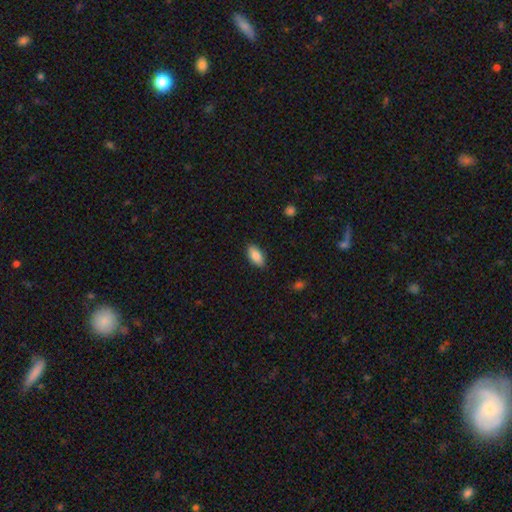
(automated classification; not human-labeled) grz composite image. It shows a smooth galaxy with no disk features (87%) that is in between round and cigar-shaped (89%). Merging: none (86%).